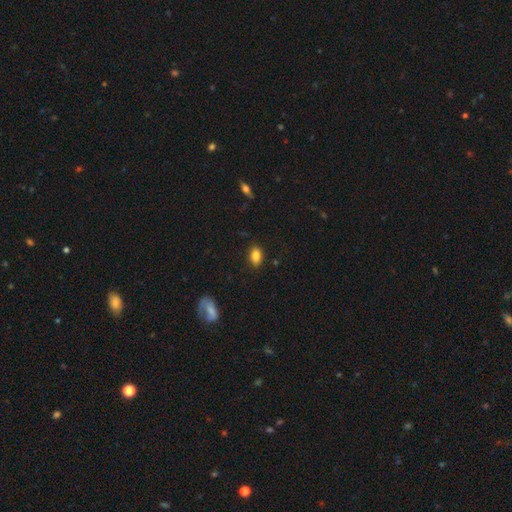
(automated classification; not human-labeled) Smooth or featured? Predicted: smooth (p=0.84). How rounded? Predicted: in between (p=0.86). Merging? Predicted: none (p=0.84).